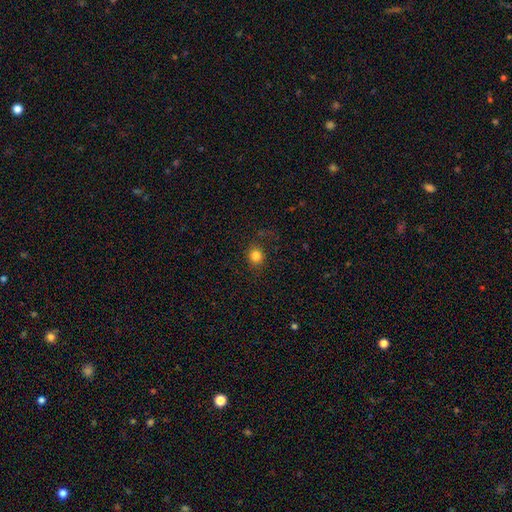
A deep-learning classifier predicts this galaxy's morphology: A smooth galaxy with no disk features (82%) that is round (83%).

Vote fractions:
- Smooth or featured? smooth: 82% / star or artifact: 12% / featured or disk: 6%
- How rounded? round: 83% / in between: 16% / cigar-shaped: 1%
- Merging? none: 84% / minor disturbance: 10% / major disturbance: 4% / merger: 1%